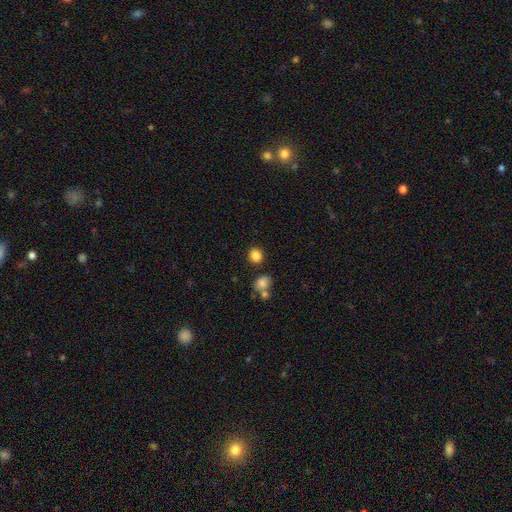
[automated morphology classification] Overall: smooth (85%). How rounded: round (77%). Merging: none (83%).